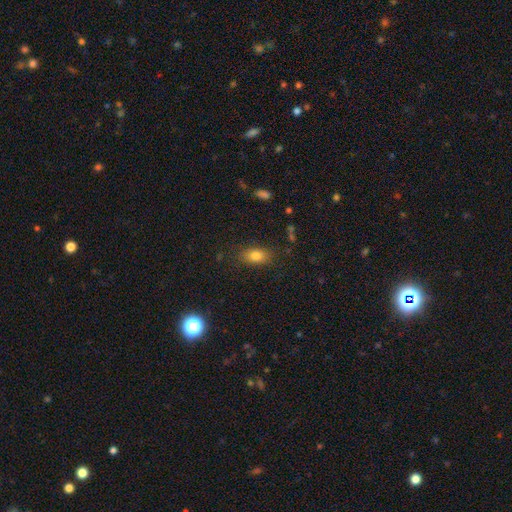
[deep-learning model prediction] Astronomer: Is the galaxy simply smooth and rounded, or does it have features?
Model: smooth — 82%.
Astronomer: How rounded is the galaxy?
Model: in between — 84%.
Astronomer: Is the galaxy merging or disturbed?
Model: none — 82%.